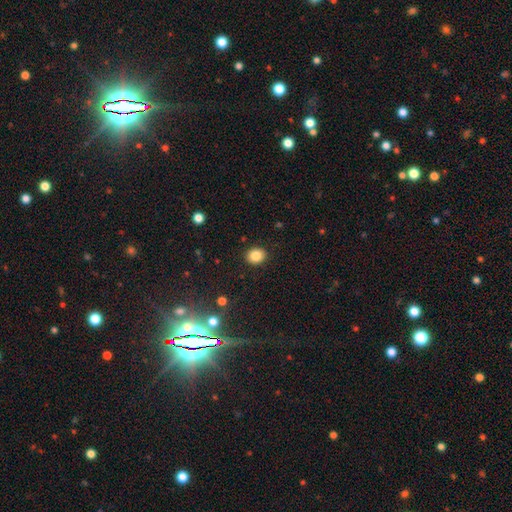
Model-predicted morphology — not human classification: Q: Smooth or featured?
A: smooth (84%); runner-up: star or artifact (11%)
Q: How rounded?
A: round (73%); runner-up: in between (26%)
Q: Merging?
A: none (91%); runner-up: minor disturbance (6%)